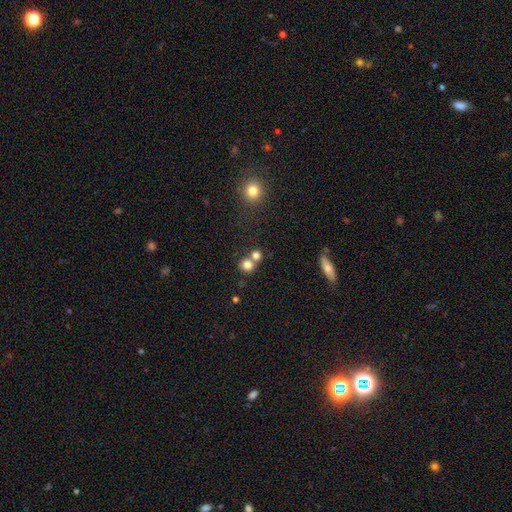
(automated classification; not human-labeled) A smooth galaxy with no disk features (78%) that is round (83%). Merging: none (49%).